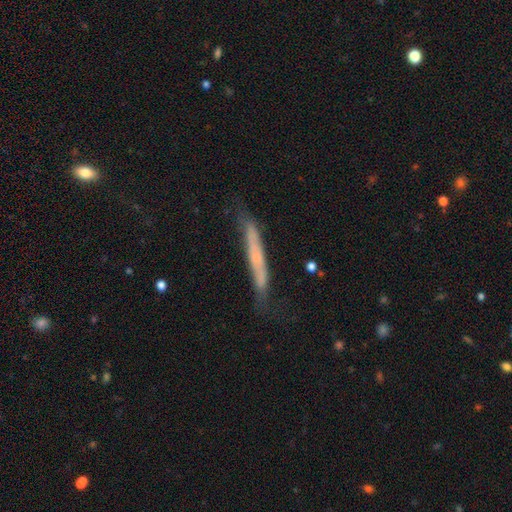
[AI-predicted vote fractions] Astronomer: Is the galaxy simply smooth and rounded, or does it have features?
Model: smooth — 49% (runner-up: featured or disk, 44%).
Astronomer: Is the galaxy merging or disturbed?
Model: none — 64%.